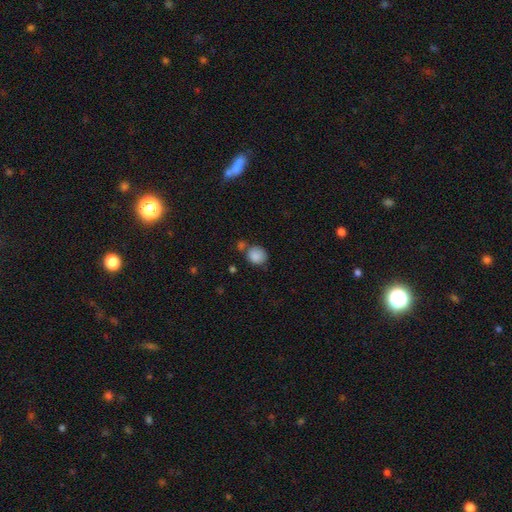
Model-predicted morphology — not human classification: Q: Smooth or featured?
A: smooth (87%); runner-up: star or artifact (9%)
Q: How rounded?
A: round (74%); runner-up: in between (26%)
Q: Merging?
A: none (61%); runner-up: merger (17%)